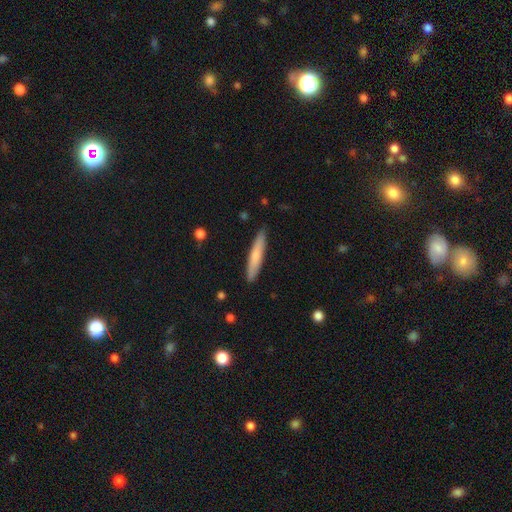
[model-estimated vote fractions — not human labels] This is likely a smooth galaxy (68%). How rounded: clearly cigar-shaped (92%). Merging: clearly none (90%).